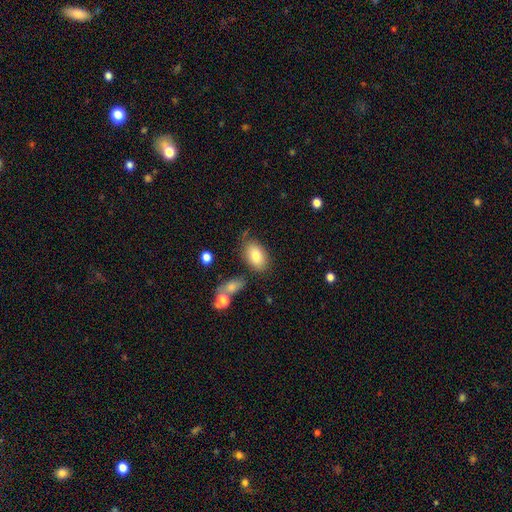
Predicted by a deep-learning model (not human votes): This appears to be a smooth galaxy with no disk features (81%) that is in between round and cigar-shaped (90%). Merging: none (72%).